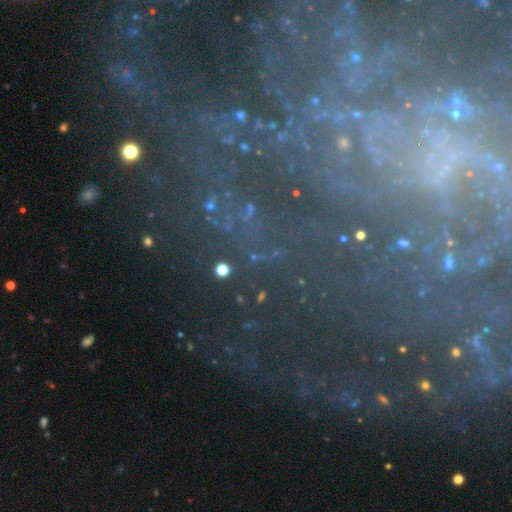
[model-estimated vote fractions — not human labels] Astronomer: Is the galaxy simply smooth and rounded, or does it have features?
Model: star or artifact — 69%.